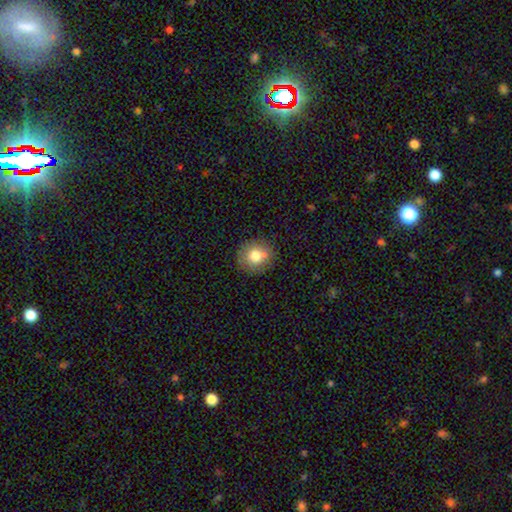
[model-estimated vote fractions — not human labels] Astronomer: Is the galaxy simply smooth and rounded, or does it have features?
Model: smooth — 76%.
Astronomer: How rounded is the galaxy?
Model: round — 88%.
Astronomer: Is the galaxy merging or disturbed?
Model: none — 77%.